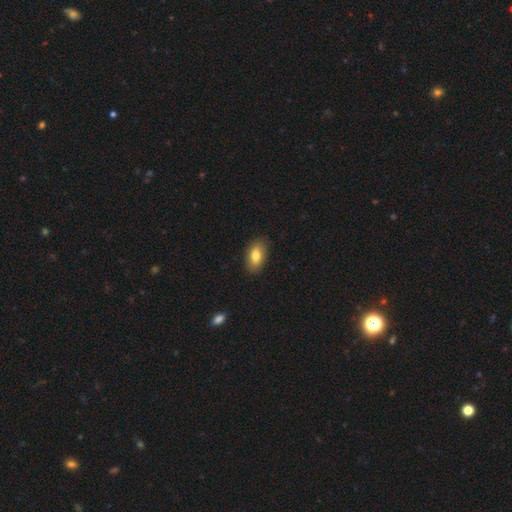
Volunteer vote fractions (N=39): This is clearly a smooth galaxy (85%). How rounded: clearly in between (94%). Merging: likely none (76%).